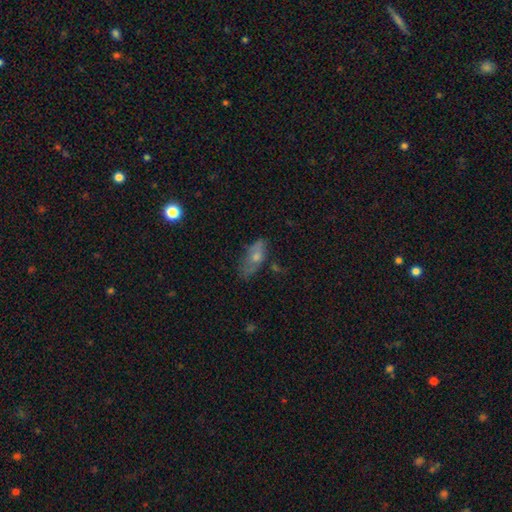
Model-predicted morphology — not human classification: smooth_or_featured: smooth (p=0.61) [alt: featured or disk p=0.30]
how_rounded: in between (p=0.81) [alt: cigar-shaped p=0.15]
merging: none (p=0.54) [alt: minor disturbance p=0.29]